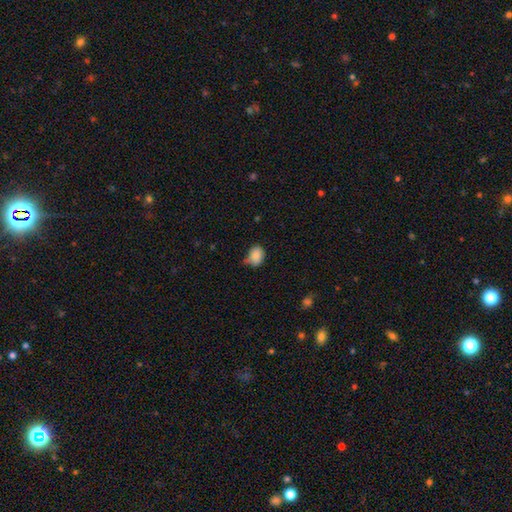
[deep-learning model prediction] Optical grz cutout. It shows a smooth galaxy with no disk features (84%) that is in between round and cigar-shaped (62%). Merging: none (54%).